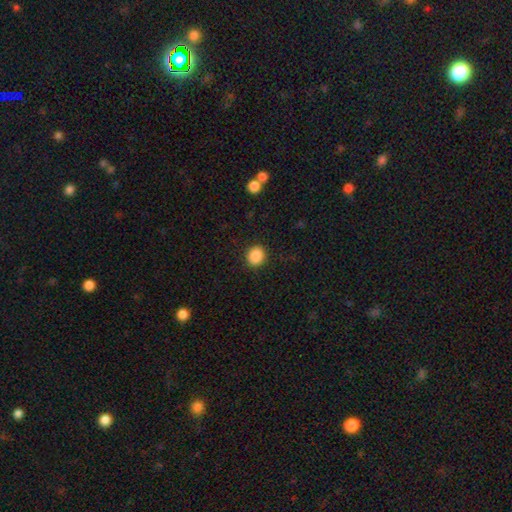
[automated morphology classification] Overall: smooth (88%). How rounded: round (78%). Merging: none (91%).